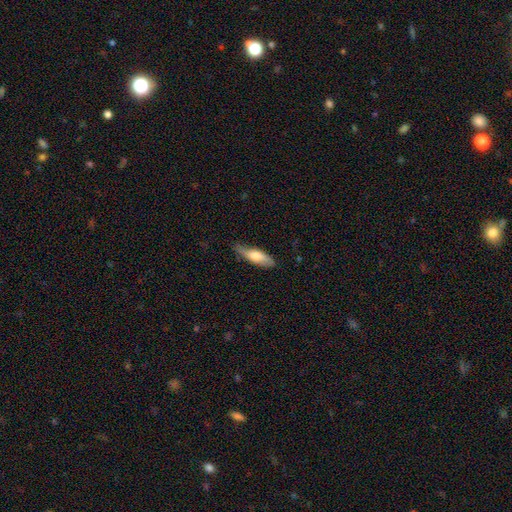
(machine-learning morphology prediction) This is likely a smooth galaxy (62%). How rounded: possibly cigar-shaped (54%). Merging: likely none (70%).